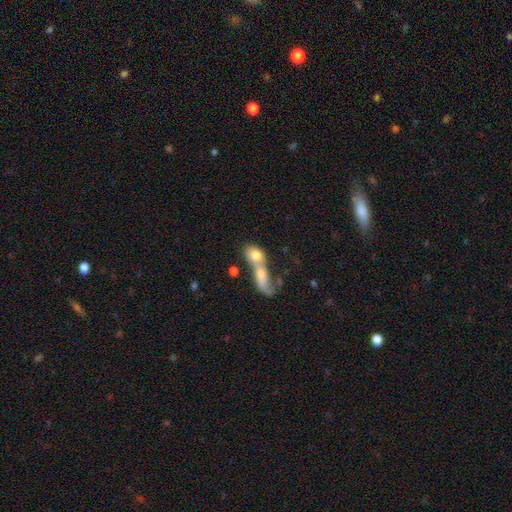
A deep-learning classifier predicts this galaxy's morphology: The model was most divided on "how rounded": in between: 62%, round: 27%, cigar-shaped: 11%. More confident: merging — merger (75%); smooth or featured — smooth (72%).